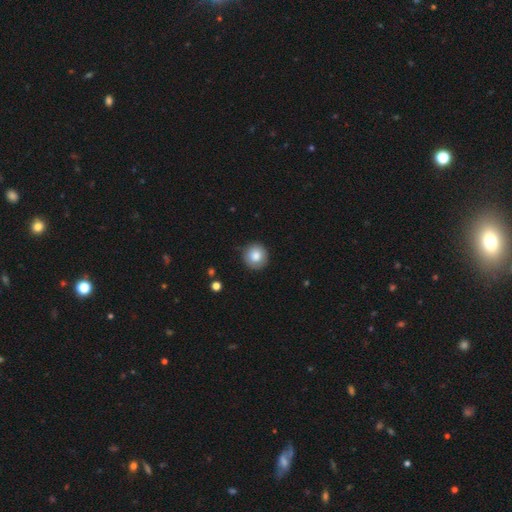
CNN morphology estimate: The model was most divided on "smooth or featured": smooth: 83%, featured or disk: 8%, star or artifact: 8%. More confident: how rounded — round (93%); merging — none (87%).